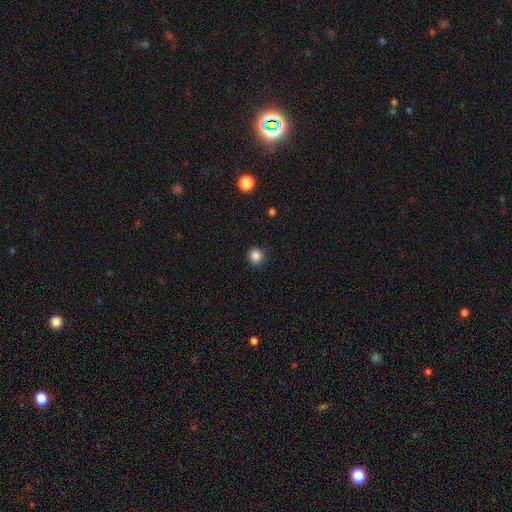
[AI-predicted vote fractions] Morphology: type=smooth (85%); roundness=round (92%); merging=none (90%).